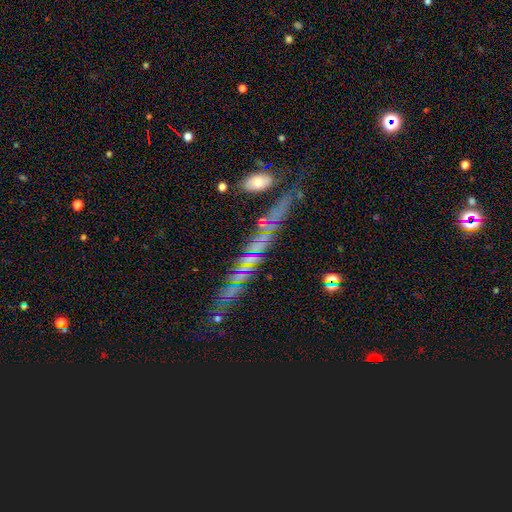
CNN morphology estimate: smooth_or_featured: featured or disk (p=0.40) [alt: star or artifact p=0.35]
merging: none (p=0.73) [alt: minor disturbance p=0.14]